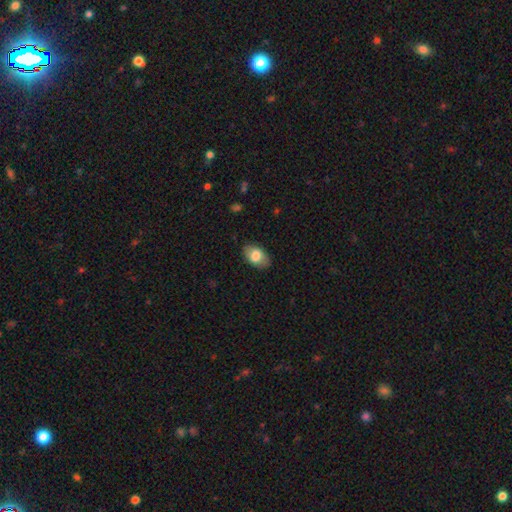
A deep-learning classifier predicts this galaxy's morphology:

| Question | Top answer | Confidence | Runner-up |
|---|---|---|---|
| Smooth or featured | smooth | 78% | featured or disk (16%) |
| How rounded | in between | 91% | round (8%) |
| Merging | none | 84% | minor disturbance (12%) |